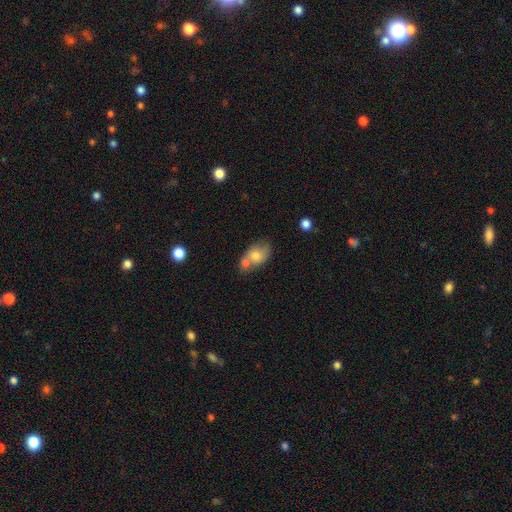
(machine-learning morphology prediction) Q: Smooth or featured?
A: smooth (70%); runner-up: featured or disk (21%)
Q: How rounded?
A: in between (77%); runner-up: round (21%)
Q: Merging?
A: merger (46%); runner-up: none (35%)